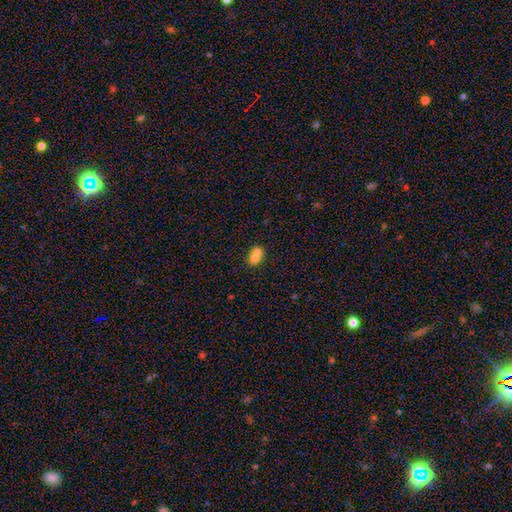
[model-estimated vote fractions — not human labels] Morphology: type=smooth (69%); roundness=round (49%, tied with in between); merging=merger (68%).